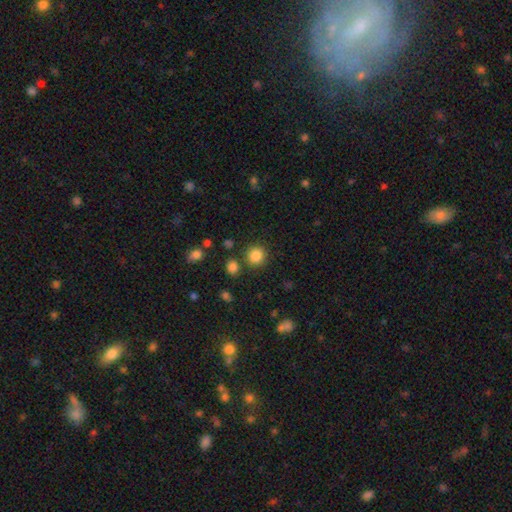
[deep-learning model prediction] This is clearly a smooth galaxy (85%). How rounded: clearly round (91%). Merging: clearly none (84%).